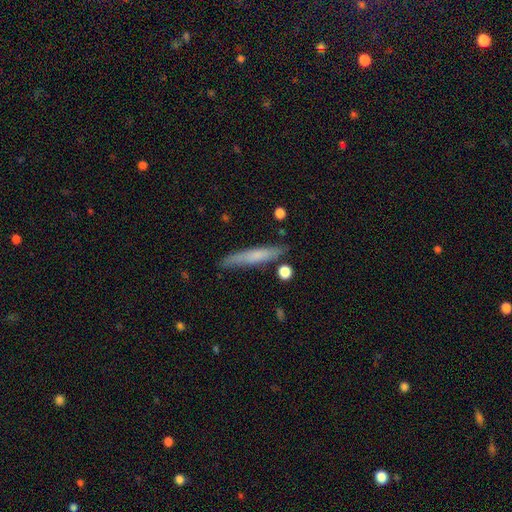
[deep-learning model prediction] Smooth or featured: smooth — 60% (featured or disk — 33%)
How rounded: cigar-shaped — 92% (in between — 6%)
Merging: none — 80% (minor disturbance — 14%)